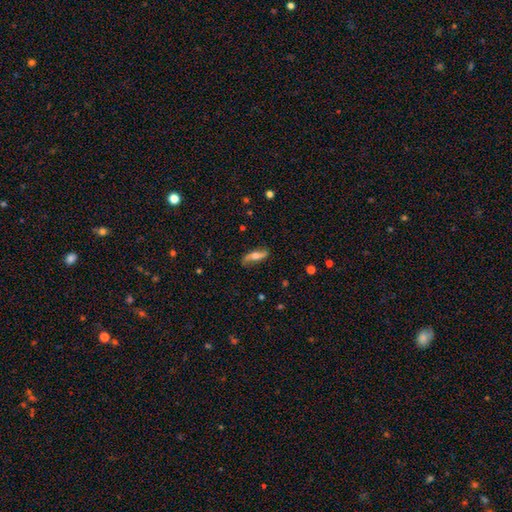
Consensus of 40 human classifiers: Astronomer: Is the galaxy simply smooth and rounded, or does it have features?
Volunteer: featured or disk — 62%.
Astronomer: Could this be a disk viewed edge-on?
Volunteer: no — 68%.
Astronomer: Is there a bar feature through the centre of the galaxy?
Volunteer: no — 47% (runner-up: weak, 41%).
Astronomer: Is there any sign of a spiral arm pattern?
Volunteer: yes — 71%.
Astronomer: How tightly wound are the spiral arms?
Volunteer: loose — 67%.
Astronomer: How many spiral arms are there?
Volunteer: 2 — 83%.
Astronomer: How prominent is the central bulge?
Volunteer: moderate — 65%.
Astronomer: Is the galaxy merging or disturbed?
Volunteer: none — 83%.